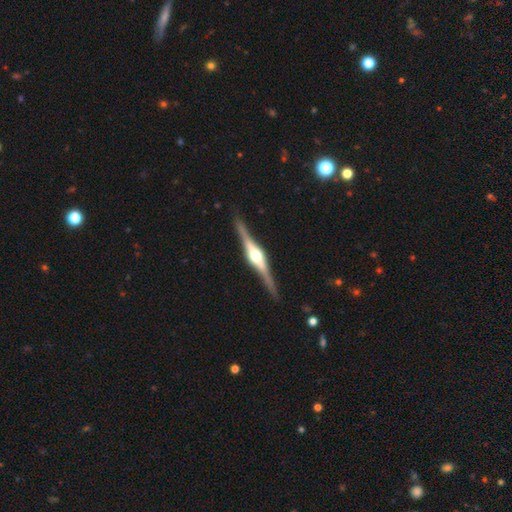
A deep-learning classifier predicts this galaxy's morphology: Q: Smooth or featured?
A: featured or disk (87%); runner-up: smooth (8%)
Q: Edge-on disk?
A: yes (98%); runner-up: no (2%)
Q: Edge-on bulge?
A: rounded (91%); runner-up: boxy (8%)
Q: Merging?
A: none (89%); runner-up: minor disturbance (8%)